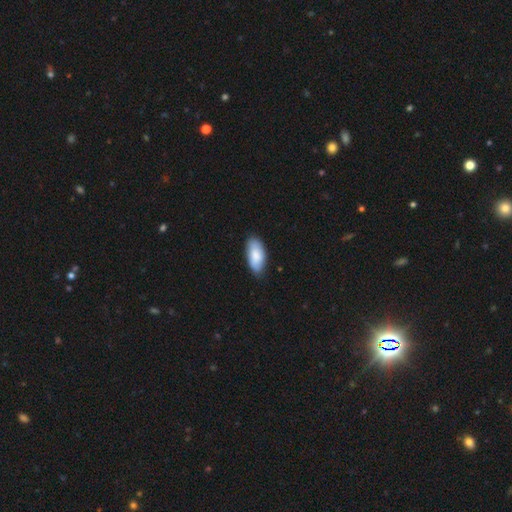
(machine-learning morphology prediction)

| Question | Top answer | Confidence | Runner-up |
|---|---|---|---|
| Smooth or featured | smooth | 84% | featured or disk (11%) |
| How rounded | in between | 92% | cigar-shaped (6%) |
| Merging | none | 81% | minor disturbance (16%) |